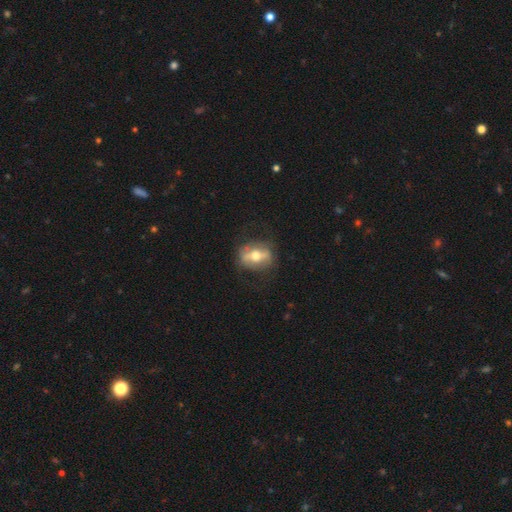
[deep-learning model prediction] A featured or disk galaxy (63%).

Vote fractions:
- Smooth or featured? featured or disk: 63% / smooth: 29% / star or artifact: 7%
- Edge-on disk? no: 68% / yes: 32%
- Merging? none: 74% / minor disturbance: 16% / major disturbance: 8% / merger: 1%